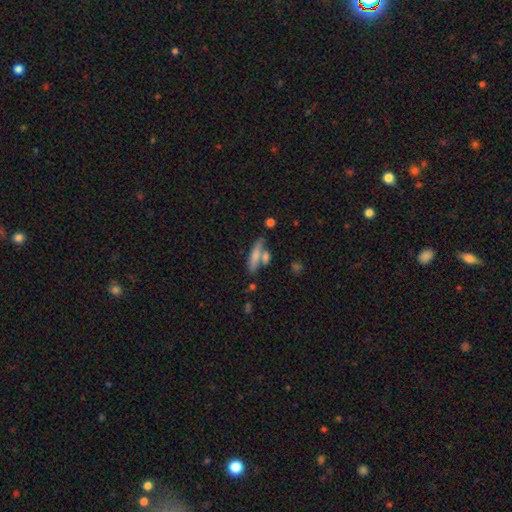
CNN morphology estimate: smooth_or_featured: smooth (p=0.71) [alt: featured or disk p=0.22]
how_rounded: cigar-shaped (p=0.68) [alt: in between p=0.29]
merging: none (p=0.56) [alt: merger p=0.26]